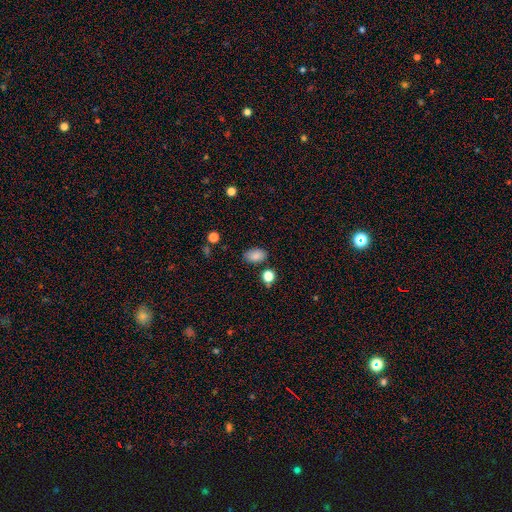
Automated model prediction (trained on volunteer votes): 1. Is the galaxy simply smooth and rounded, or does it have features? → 85% smooth, 9% star or artifact, 6% featured or disk.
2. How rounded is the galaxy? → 88% in between, 10% round, 1% cigar-shaped.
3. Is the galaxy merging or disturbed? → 79% none, 14% minor disturbance, 4% merger, 3% major disturbance.